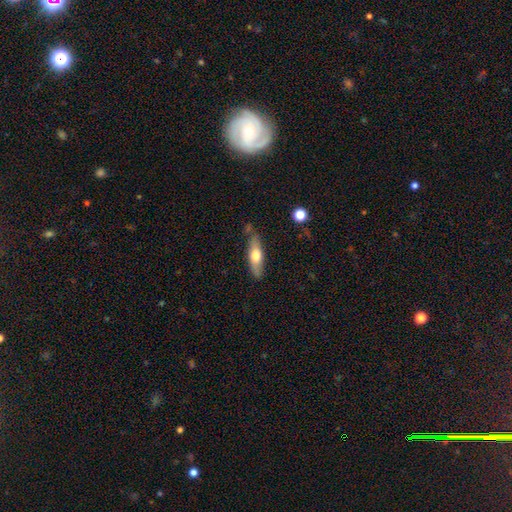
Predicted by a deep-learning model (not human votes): A smooth galaxy with no disk features (57%) that is cigar-shaped (54%).

Vote fractions:
- Smooth or featured? smooth: 57% / featured or disk: 37% / star or artifact: 6%
- How rounded? cigar-shaped: 54% / in between: 43% / round: 3%
- Merging? none: 75% / minor disturbance: 17% / merger: 4% / major disturbance: 4%